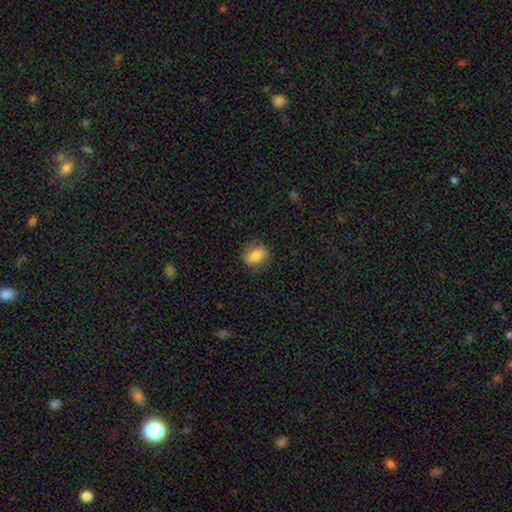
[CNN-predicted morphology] A smooth galaxy with no disk features (79%) that is in between round and cigar-shaped (68%). Merging: none (82%).